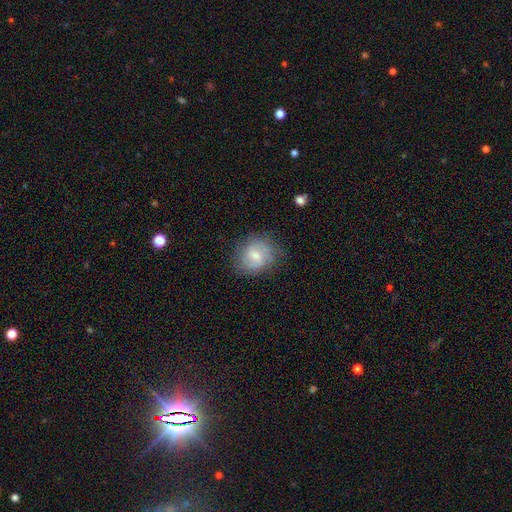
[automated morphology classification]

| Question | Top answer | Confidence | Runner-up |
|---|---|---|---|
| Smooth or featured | smooth | 58% | featured or disk (34%) |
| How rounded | round | 68% | in between (31%) |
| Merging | none | 71% | minor disturbance (20%) |